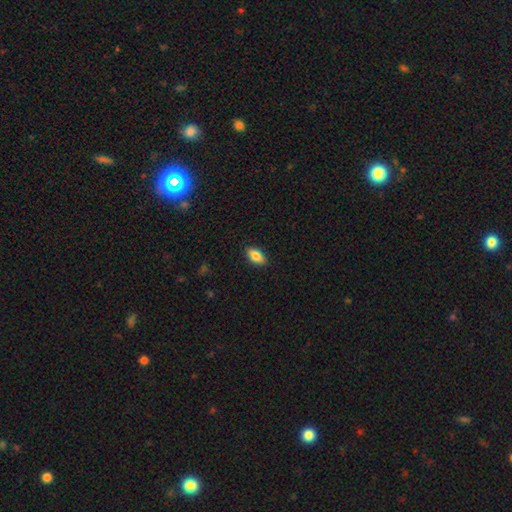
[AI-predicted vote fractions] This appears to be a smooth galaxy with no disk features (80%) that is in between round and cigar-shaped (87%). Merging: none (89%).